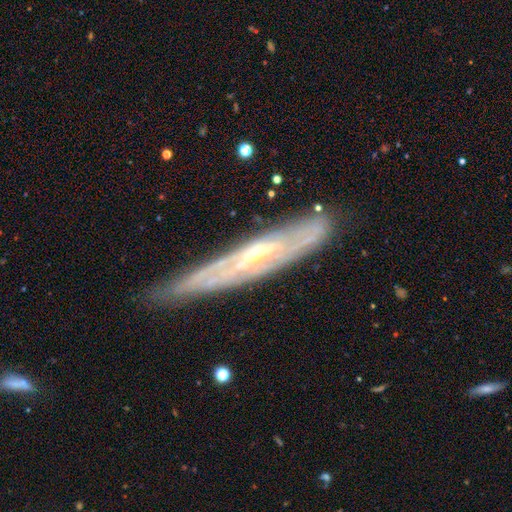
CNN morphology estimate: Smooth or featured?
  - featured or disk: 80% *
  - smooth: 13%
  - star or artifact: 7%
Edge-on disk?
  - yes: 56% *
  - no: 44%
Merging?
  - none: 77% *
  - minor disturbance: 18%
  - major disturbance: 4%
  - merger: 2%